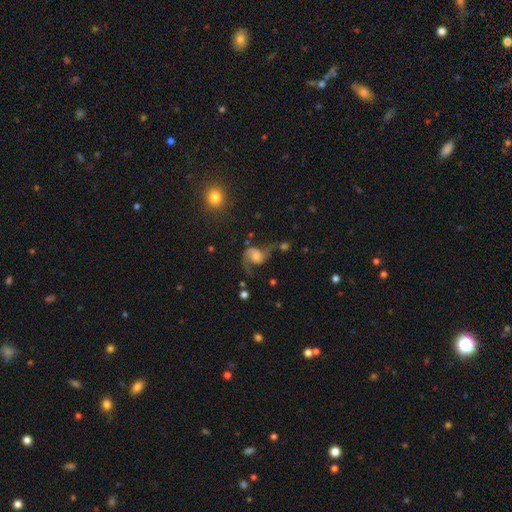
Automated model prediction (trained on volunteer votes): Morphology: type=featured or disk (67%); edge-on=no (97%); bar=no (68%); spiral arms=yes (90%); winding=loose (63%); arm count=2 (76%); bulge=moderate (29%); merging=none (40%).